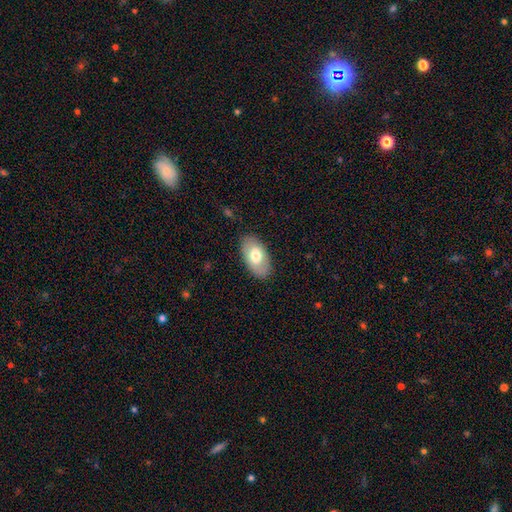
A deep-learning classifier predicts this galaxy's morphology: Overall: smooth (68%). How rounded: in between (95%). Merging: none (85%).